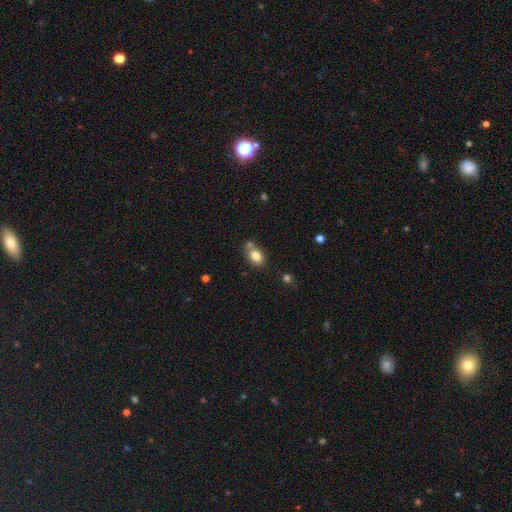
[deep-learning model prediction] Morphology: type=smooth (81%); roundness=in between (74%); merging=none (57%).